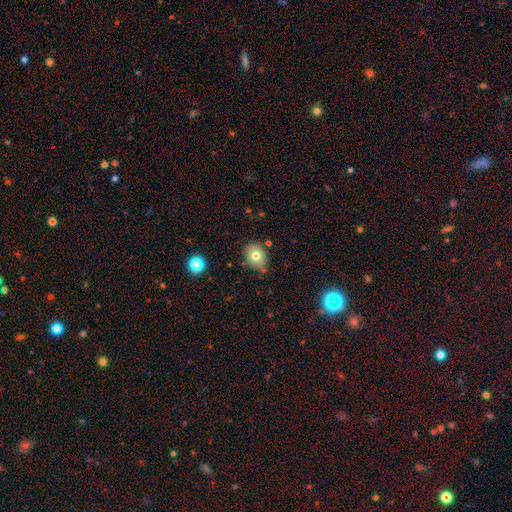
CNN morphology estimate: This is likely a smooth galaxy (74%). How rounded: possibly round (54%). Merging: likely none (75%).